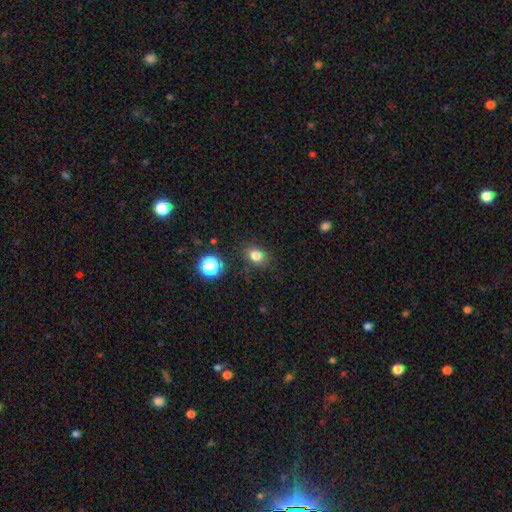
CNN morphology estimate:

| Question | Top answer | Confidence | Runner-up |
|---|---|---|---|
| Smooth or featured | smooth | 80% | star or artifact (14%) |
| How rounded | in between | 56% | round (43%) |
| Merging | none | 83% | minor disturbance (11%) |